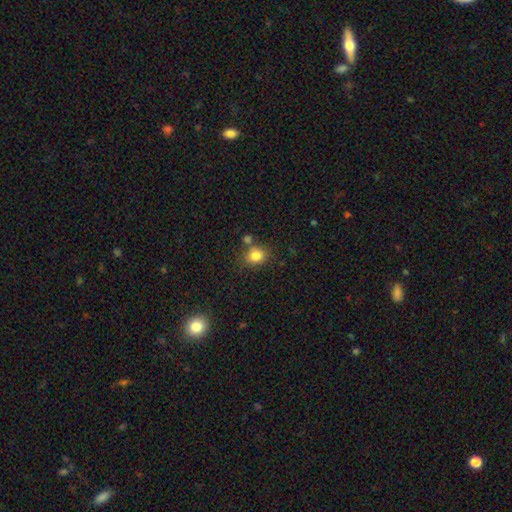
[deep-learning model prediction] Morphology: type=smooth (82%); roundness=round (56%); merging=none (66%).